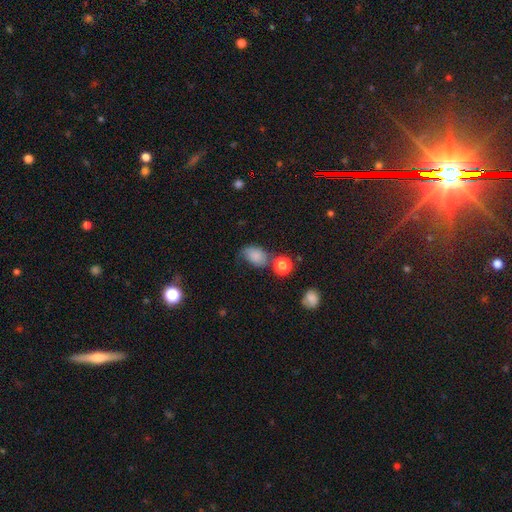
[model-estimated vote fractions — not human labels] Smooth or featured: smooth — 80% (star or artifact — 11%)
How rounded: in between — 80% (round — 18%)
Merging: none — 49% (minor disturbance — 28%)